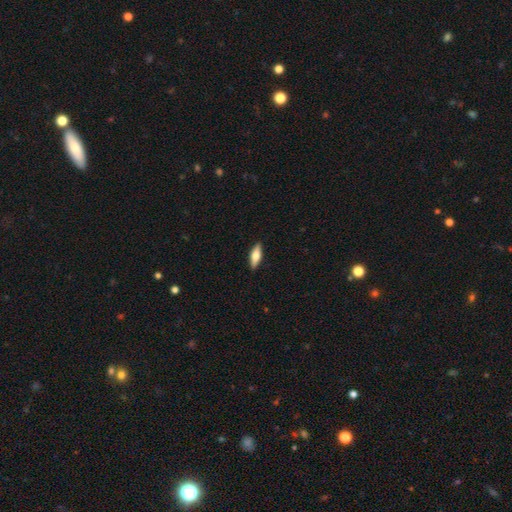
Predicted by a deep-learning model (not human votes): Smooth or featured? Predicted: smooth (p=0.63). How rounded? Predicted: in between (p=0.55). Merging? Predicted: none (p=0.90).